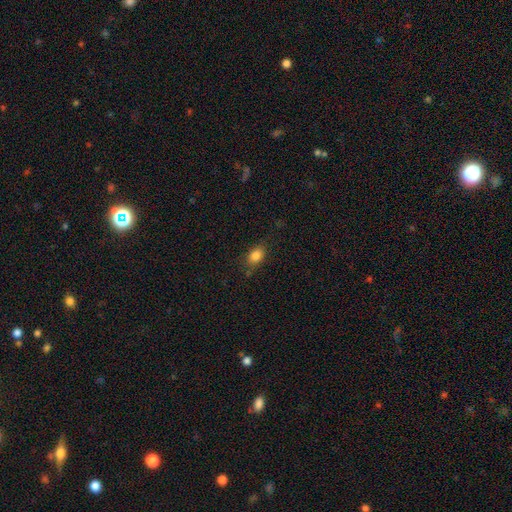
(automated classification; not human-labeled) Morphology: type=smooth (84%); roundness=in between (74%); merging=none (77%).